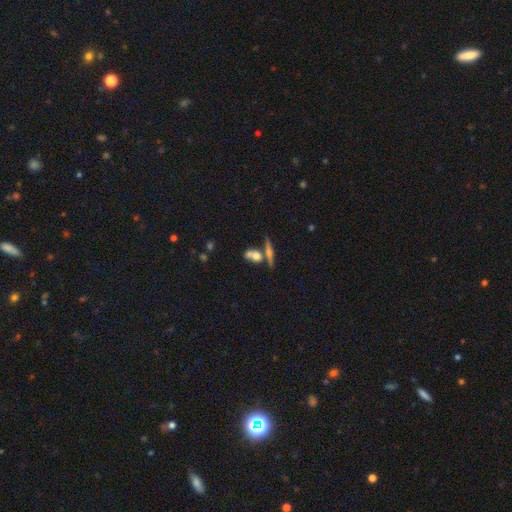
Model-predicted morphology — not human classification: This appears to be a smooth galaxy with no disk features (52%) that is in between round and cigar-shaped (49%). Merging: none (48%).